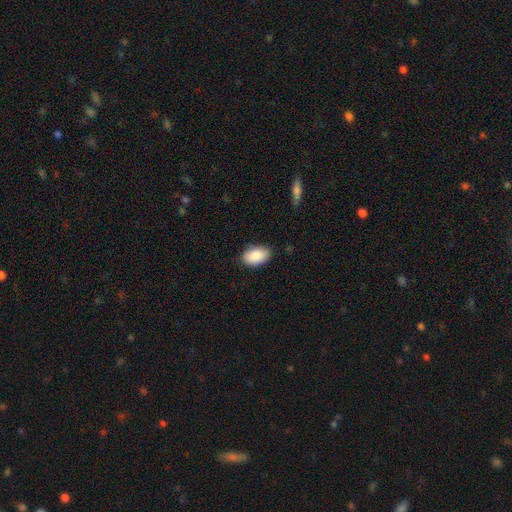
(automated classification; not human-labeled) This is clearly a smooth galaxy (89%). How rounded: clearly in between (91%). Merging: clearly none (85%).